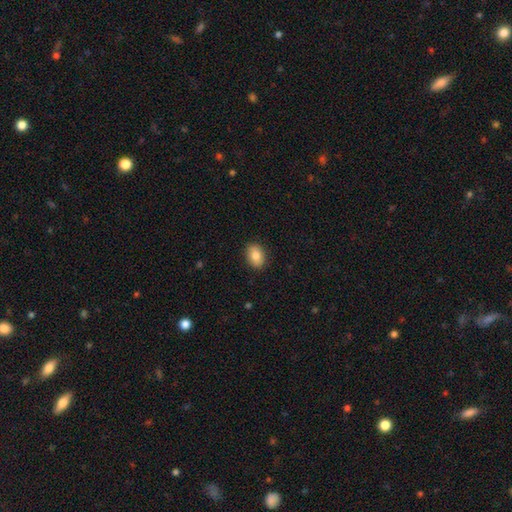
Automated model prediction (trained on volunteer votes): smooth-or-featured: smooth: 84% | featured or disk: 9% | star or artifact: 8%
  how-rounded: in between: 77% | round: 22% | cigar-shaped: 1%
  merging: none: 89% | minor disturbance: 8% | major disturbance: 2% | merger: 1%